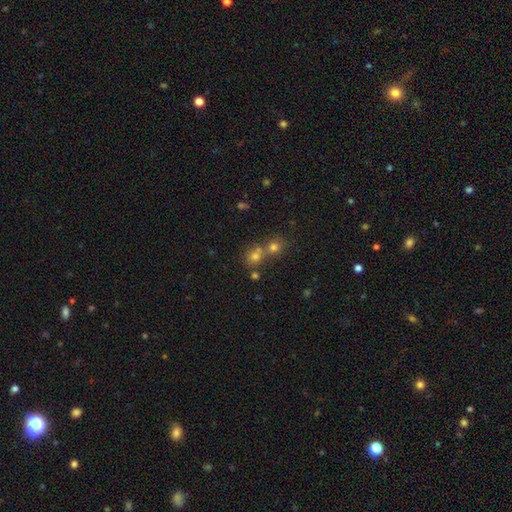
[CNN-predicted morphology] Smooth or featured? smooth (60%)
How rounded? round (85%)
Merging? merger (46%, tied with none)